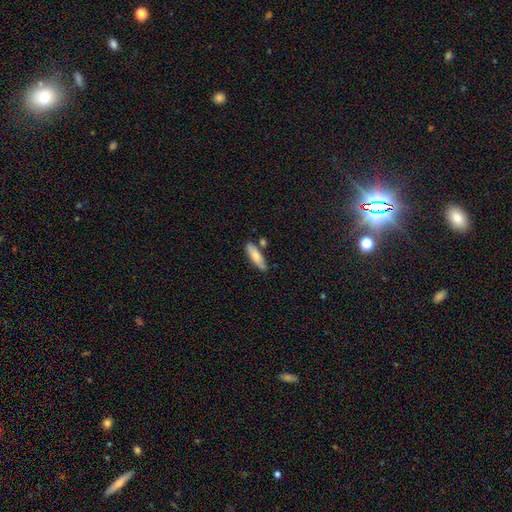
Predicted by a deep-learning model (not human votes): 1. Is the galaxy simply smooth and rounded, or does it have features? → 75% smooth, 19% featured or disk, 6% star or artifact.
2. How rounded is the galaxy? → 56% cigar-shaped, 42% in between, 2% round.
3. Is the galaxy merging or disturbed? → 76% none, 14% minor disturbance, 7% merger, 3% major disturbance.